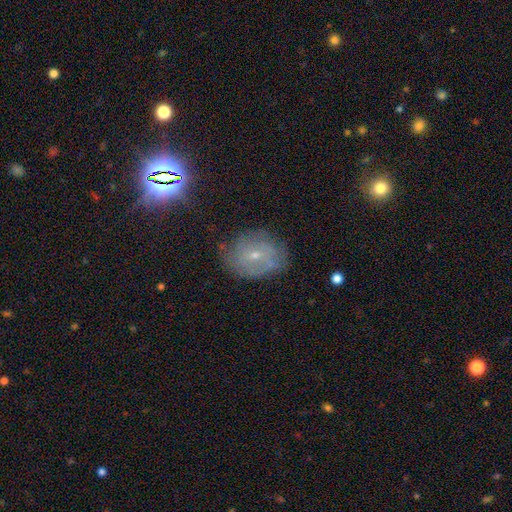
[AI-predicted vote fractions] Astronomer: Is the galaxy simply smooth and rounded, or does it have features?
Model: featured or disk — 54%.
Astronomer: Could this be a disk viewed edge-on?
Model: no — 95%.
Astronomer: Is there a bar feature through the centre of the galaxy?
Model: no — 60%.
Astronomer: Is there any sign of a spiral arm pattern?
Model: yes — 69%.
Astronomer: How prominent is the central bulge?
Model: small — 72%.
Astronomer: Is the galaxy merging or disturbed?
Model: none — 70%.